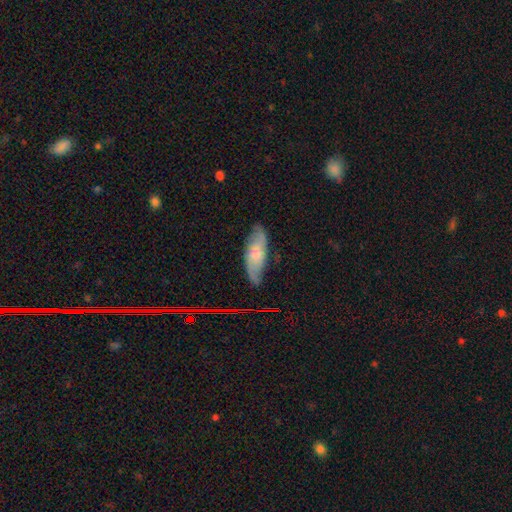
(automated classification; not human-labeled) featured or disk 49%, smooth 42%, star or artifact 9%. Down the decision tree: merging — none (71%).